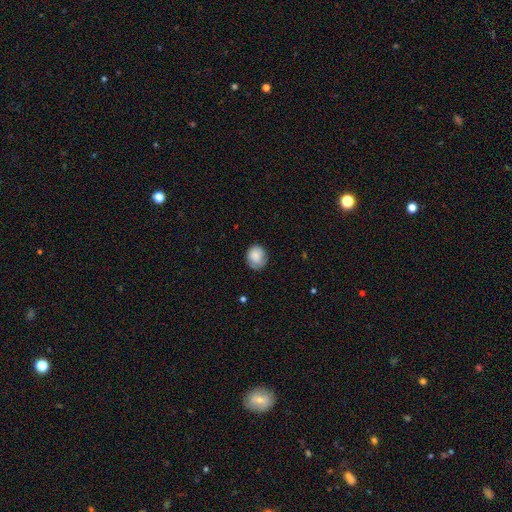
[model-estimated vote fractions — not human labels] The model was most divided on "how rounded": round: 69%, in between: 30%, cigar-shaped: 1%. More confident: smooth or featured — smooth (85%); merging — none (75%).